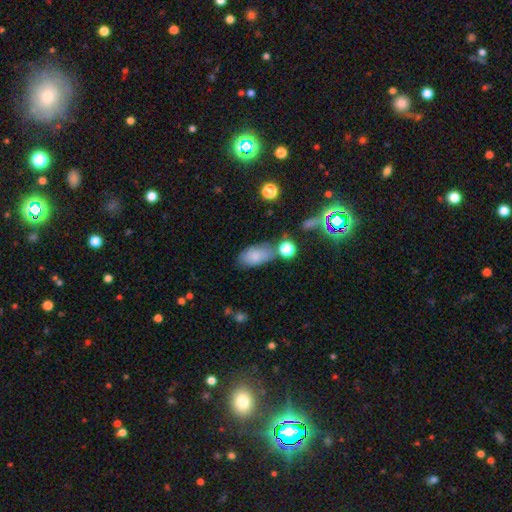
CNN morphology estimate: This appears to be a smooth galaxy with no disk features (78%) that is in between round and cigar-shaped (90%). Merging: none (57%).